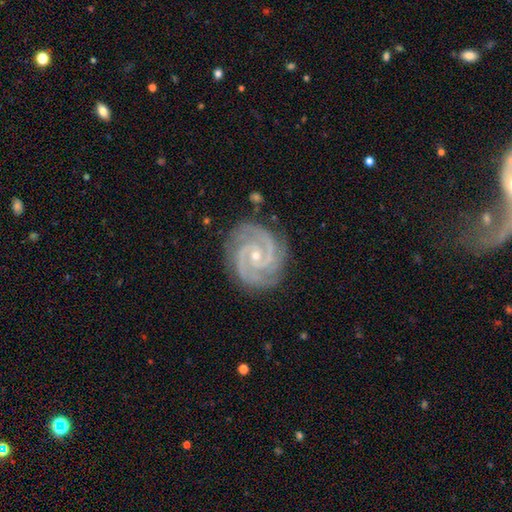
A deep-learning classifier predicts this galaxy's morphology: smooth_or_featured: featured or disk (p=0.93) [alt: star or artifact p=0.04]
disk_edge_on: no (p=0.98) [alt: yes p=0.02]
bar: no (p=0.58) [alt: weak p=0.30]
has_spiral_arms: yes (p=0.99) [alt: no p=0.01]
spiral_winding: tight (p=0.64) [alt: medium p=0.33]
spiral_arm_count: 2 (p=0.64) [alt: 3 p=0.22]
bulge_size: small (p=0.74) [alt: moderate p=0.23]
merging: none (p=0.82) [alt: minor disturbance p=0.14]